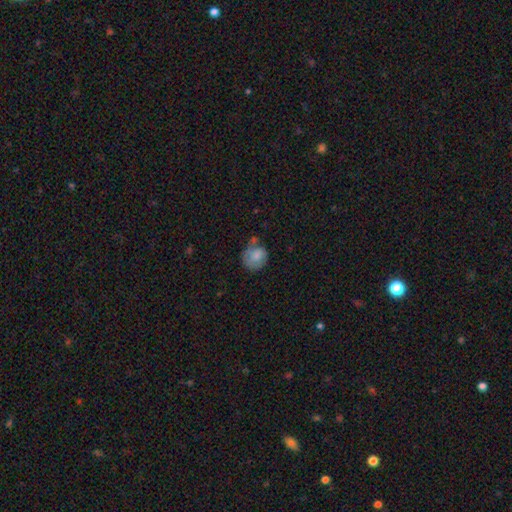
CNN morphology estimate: Smooth or featured: smooth — 74% (featured or disk — 18%)
How rounded: round — 71% (in between — 28%)
Merging: none — 47% (minor disturbance — 31%)